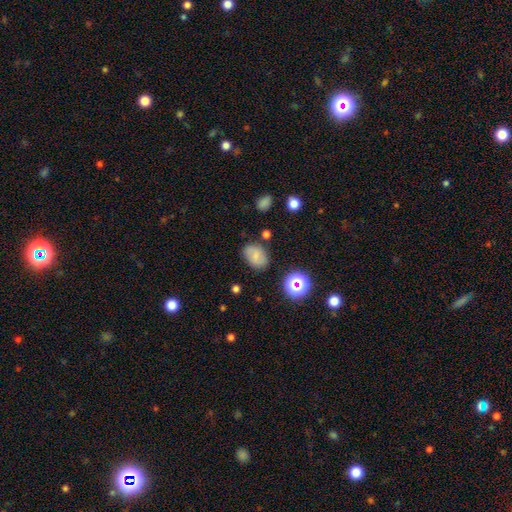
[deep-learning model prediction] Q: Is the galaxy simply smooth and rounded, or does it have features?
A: smooth — 72%.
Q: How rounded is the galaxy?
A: in between — 74%.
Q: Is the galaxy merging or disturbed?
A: none — 77%.